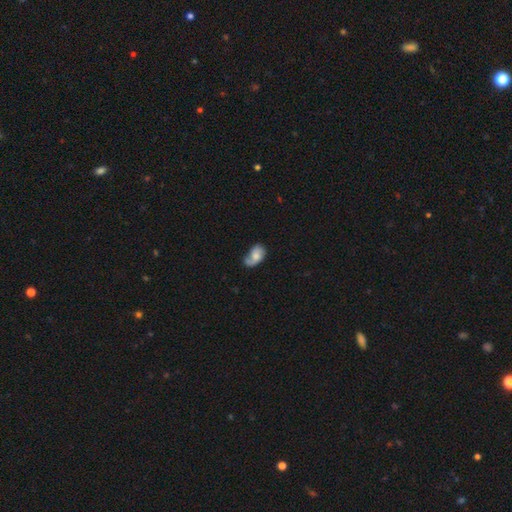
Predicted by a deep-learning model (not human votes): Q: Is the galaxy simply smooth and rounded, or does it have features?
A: featured or disk — 46%, tied with smooth.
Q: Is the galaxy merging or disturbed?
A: none — 40%.